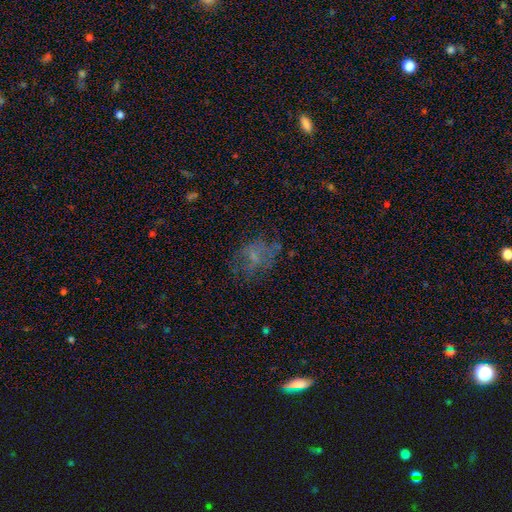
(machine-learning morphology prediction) smooth_or_featured: smooth (p=0.42) [alt: featured or disk p=0.37]
merging: none (p=0.51) [alt: major disturbance p=0.25]